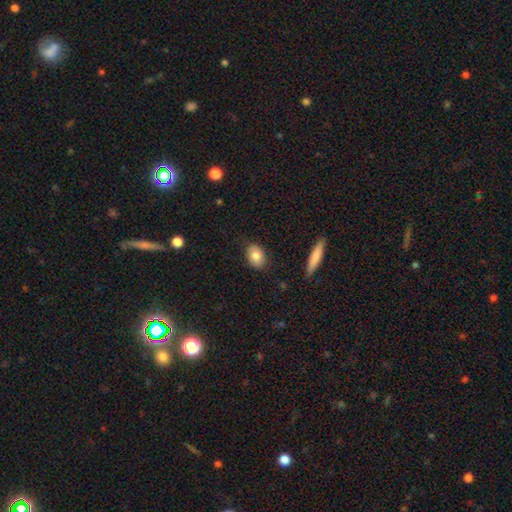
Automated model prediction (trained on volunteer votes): The model was most divided on "how rounded": in between: 77%, round: 21%, cigar-shaped: 2%. More confident: merging — none (85%); smooth or featured — smooth (82%).